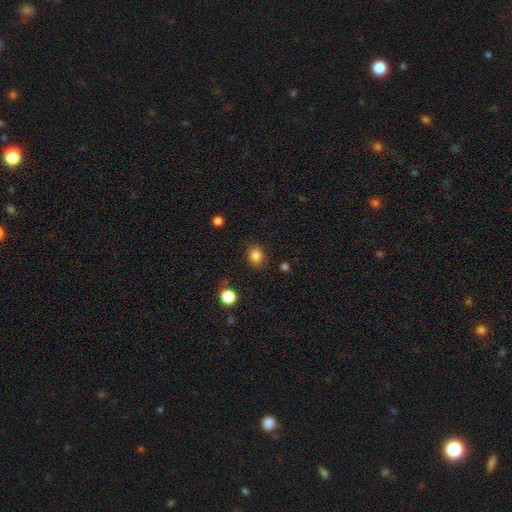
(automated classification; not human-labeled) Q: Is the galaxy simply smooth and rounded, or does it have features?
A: smooth — 84%.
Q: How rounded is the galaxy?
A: round — 59%.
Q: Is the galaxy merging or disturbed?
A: none — 85%.